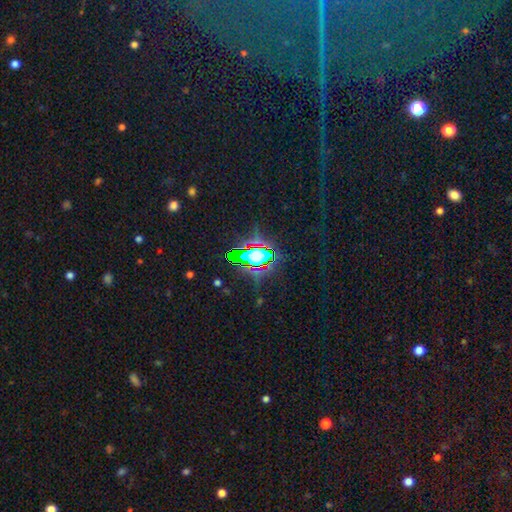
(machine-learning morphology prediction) Smooth or featured?
  - star or artifact: 65% *
  - smooth: 22%
  - featured or disk: 13%